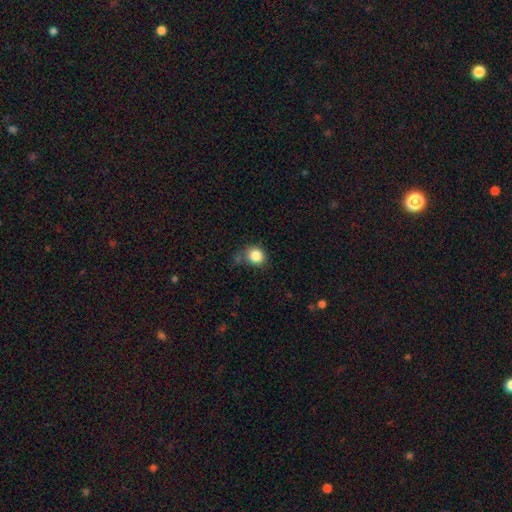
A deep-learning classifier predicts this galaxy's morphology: A smooth galaxy with no disk features (84%) that is round (79%).

Vote fractions:
- Smooth or featured? smooth: 84% / star or artifact: 10% / featured or disk: 6%
- How rounded? round: 79% / in between: 20% / cigar-shaped: 1%
- Merging? none: 57% / minor disturbance: 26% / major disturbance: 10% / merger: 6%